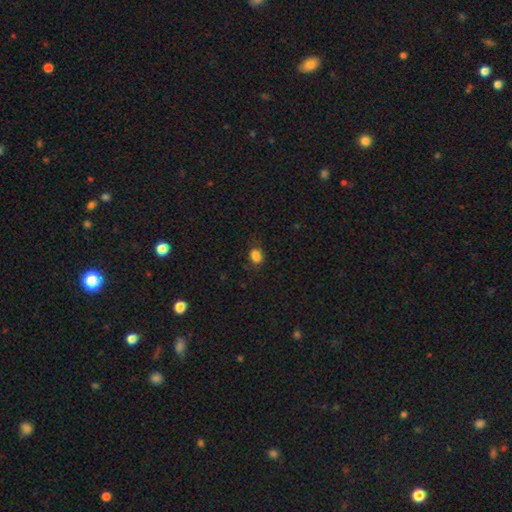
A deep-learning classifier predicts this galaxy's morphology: This is clearly a smooth galaxy (82%). How rounded: likely in between (68%). Merging: likely none (72%).